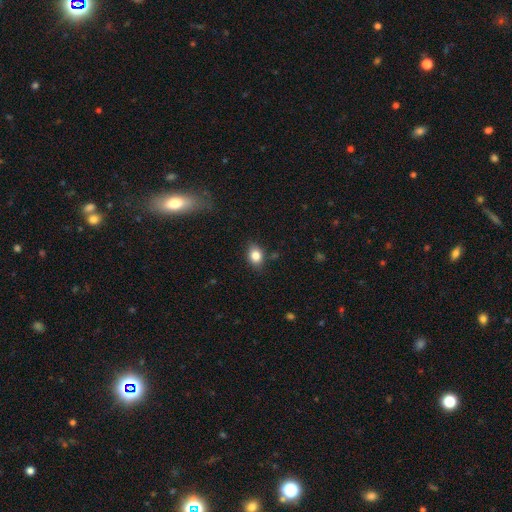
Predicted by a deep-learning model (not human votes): Morphology: type=smooth (83%); roundness=in between (64%); merging=none (81%).